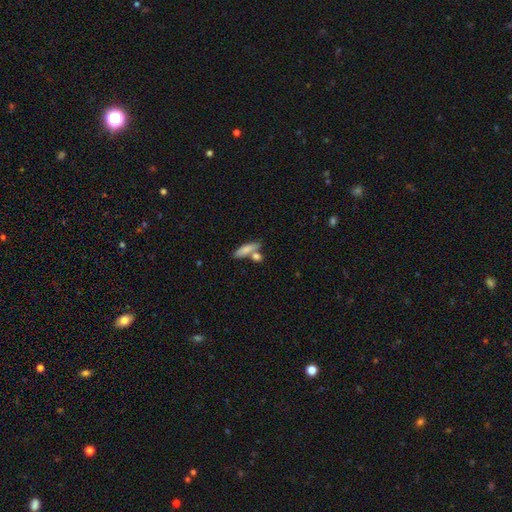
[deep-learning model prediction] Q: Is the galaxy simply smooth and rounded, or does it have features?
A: smooth — 57%.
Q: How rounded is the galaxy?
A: cigar-shaped — 59%.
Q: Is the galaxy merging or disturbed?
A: none — 58%.